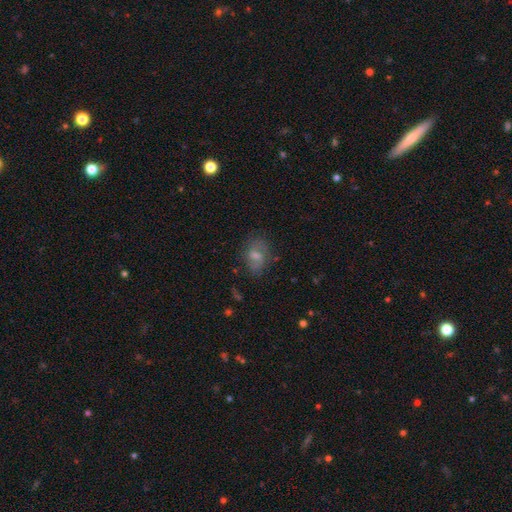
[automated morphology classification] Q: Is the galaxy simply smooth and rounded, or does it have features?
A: smooth — 45%.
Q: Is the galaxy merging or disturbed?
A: none — 71%.